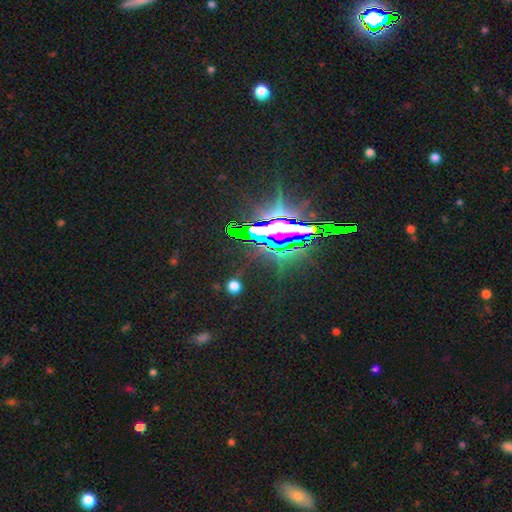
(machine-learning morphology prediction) smooth_or_featured: star or artifact (p=0.82) [alt: featured or disk p=0.11]